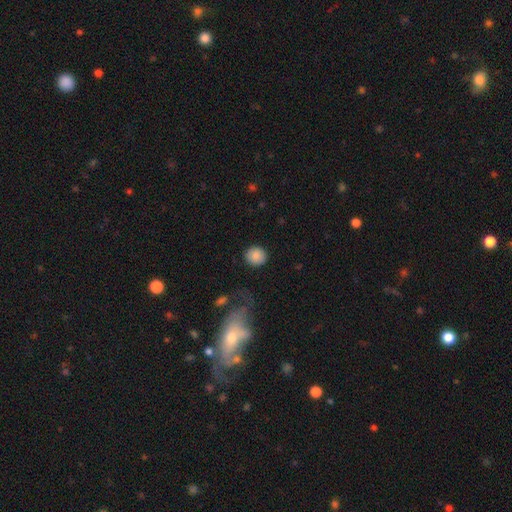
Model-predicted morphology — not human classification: A smooth galaxy with no disk features (87%) that is round (82%).

Vote fractions:
- Smooth or featured? smooth: 87% / star or artifact: 8% / featured or disk: 5%
- How rounded? round: 82% / in between: 17% / cigar-shaped: 1%
- Merging? none: 86% / minor disturbance: 8% / major disturbance: 4% / merger: 2%